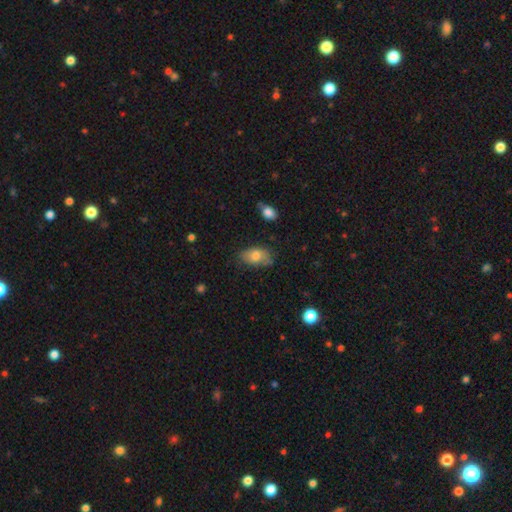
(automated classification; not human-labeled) smooth_or_featured: smooth (p=0.74) [alt: featured or disk p=0.18]
how_rounded: in between (p=0.91) [alt: round p=0.07]
merging: none (p=0.60) [alt: minor disturbance p=0.30]